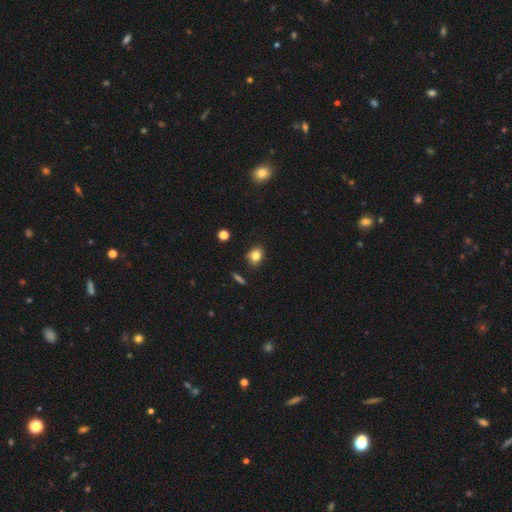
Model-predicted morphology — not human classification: Smooth or featured? Predicted: smooth (p=0.80). How rounded? Predicted: in between (p=0.52). Merging? Predicted: none (p=0.79).